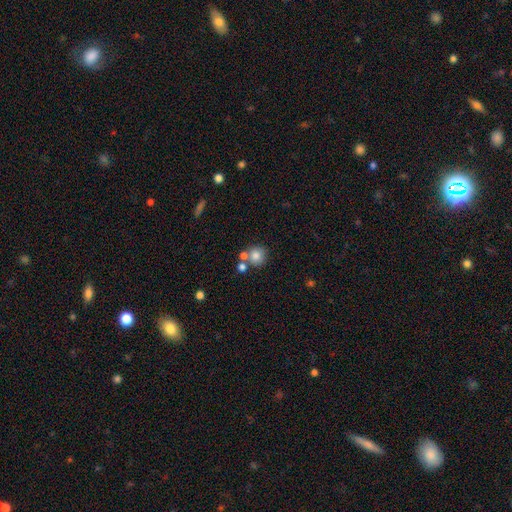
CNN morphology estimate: smooth_or_featured: smooth (p=0.80) [alt: star or artifact p=0.11]
how_rounded: round (p=0.89) [alt: in between p=0.10]
merging: none (p=0.61) [alt: merger p=0.26]